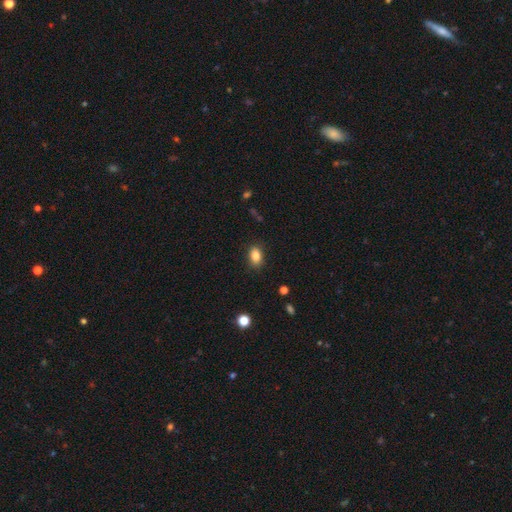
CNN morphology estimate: Smooth or featured? smooth (85%)
How rounded? in between (83%)
Merging? none (86%)